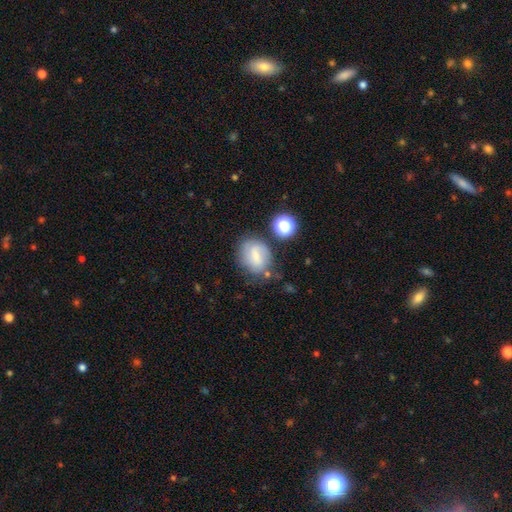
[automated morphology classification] smooth-or-featured: smooth: 58% | featured or disk: 31% | star or artifact: 12%
  how-rounded: in between: 50% | round: 49% | cigar-shaped: 1%
  merging: none: 60% | minor disturbance: 23% | major disturbance: 9% | merger: 8%